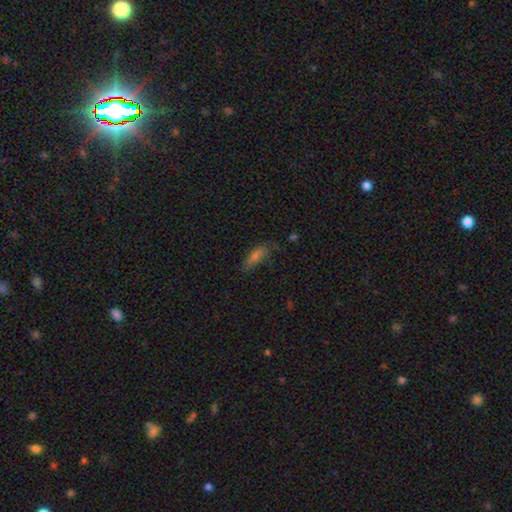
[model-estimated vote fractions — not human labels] This is likely a smooth galaxy (66%). How rounded: possibly in between (56%). Merging: likely none (63%).